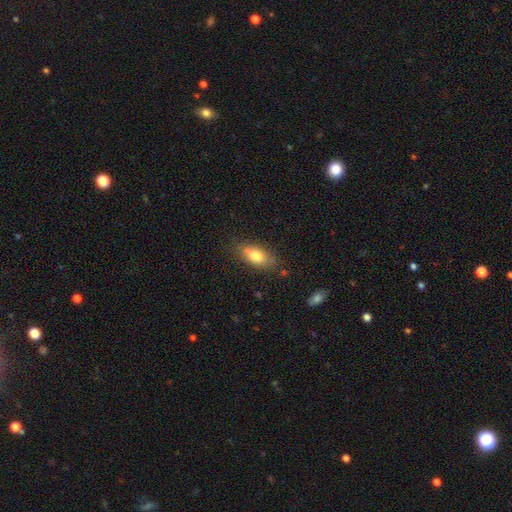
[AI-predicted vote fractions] smooth-or-featured: smooth: 75% | featured or disk: 17% | star or artifact: 8%
  how-rounded: in between: 83% | cigar-shaped: 11% | round: 6%
  merging: none: 68% | minor disturbance: 20% | merger: 7% | major disturbance: 5%